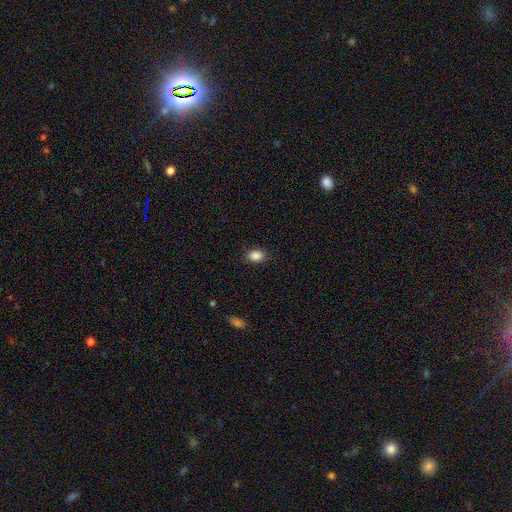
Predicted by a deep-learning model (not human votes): Smooth or featured? Predicted: smooth (p=0.87). How rounded? Predicted: in between (p=0.71). Merging? Predicted: none (p=0.86).